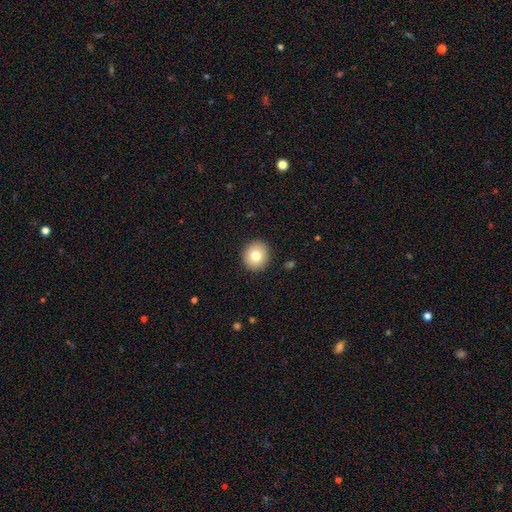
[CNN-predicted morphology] Smooth or featured? smooth (78%)
How rounded? round (88%)
Merging? none (92%)